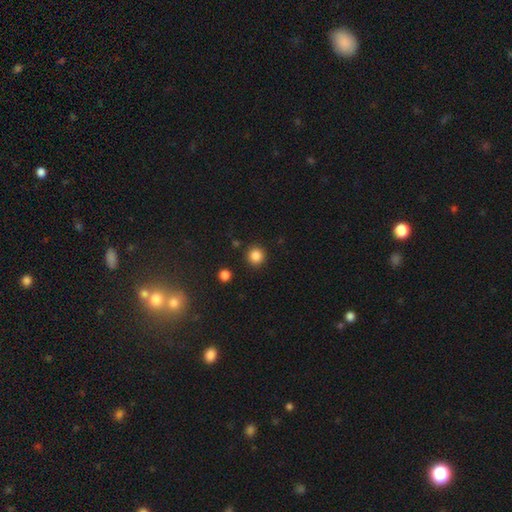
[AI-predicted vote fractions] Smooth or featured? Predicted: smooth (p=0.85). How rounded? Predicted: round (p=0.94). Merging? Predicted: none (p=0.90).